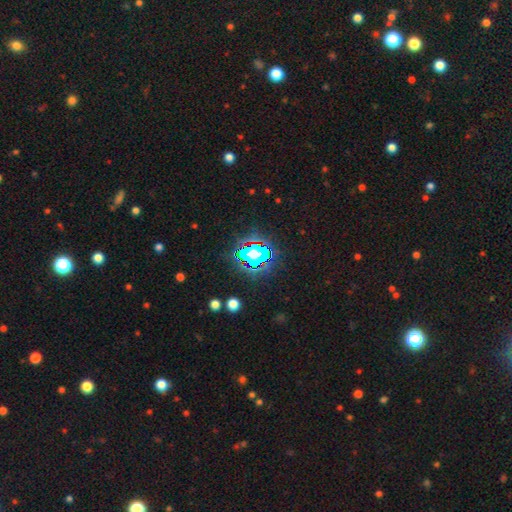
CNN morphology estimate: This appears to be a star or artifact, not a galaxy (60%).